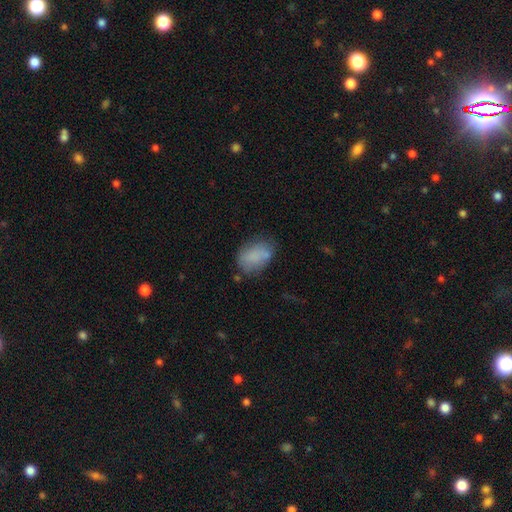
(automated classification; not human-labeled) This is likely a smooth galaxy (78%). How rounded: clearly in between (83%). Merging: possibly none (57%).